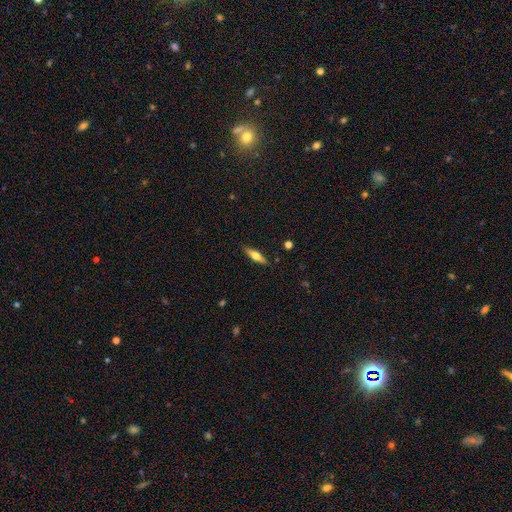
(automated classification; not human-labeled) Smooth or featured: smooth — 50% (featured or disk — 43%)
How rounded: cigar-shaped — 67% (in between — 31%)
Merging: none — 89% (minor disturbance — 8%)